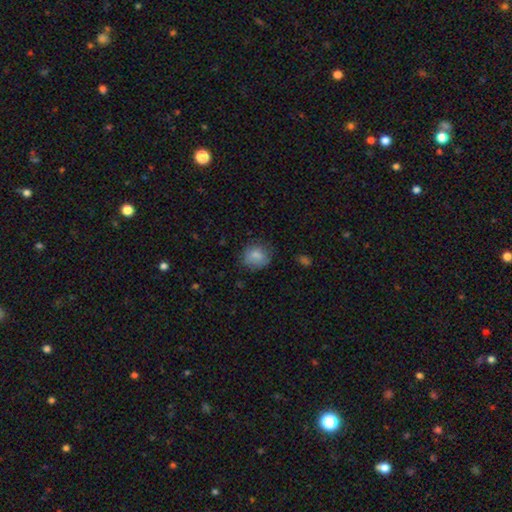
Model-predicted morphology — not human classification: Smooth or featured? smooth (82%)
How rounded? round (69%)
Merging? none (68%)